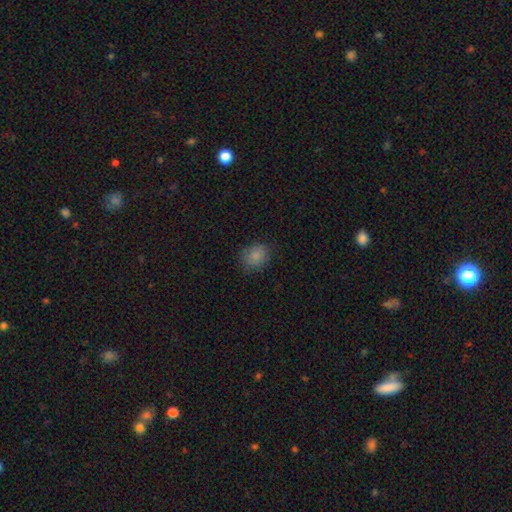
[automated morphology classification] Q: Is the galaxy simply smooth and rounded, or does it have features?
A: smooth — 85%.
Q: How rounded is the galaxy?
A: round — 50%.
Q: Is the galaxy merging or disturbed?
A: none — 79%.